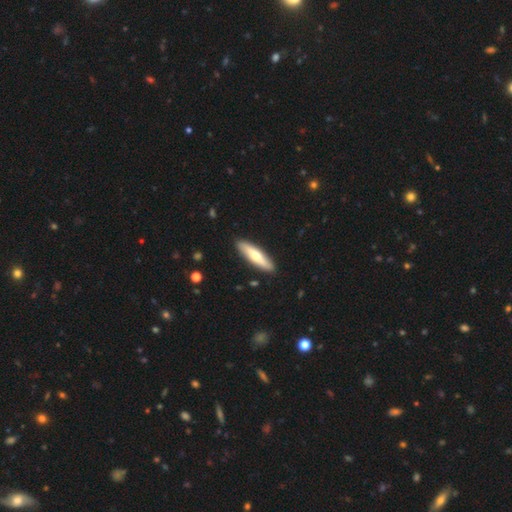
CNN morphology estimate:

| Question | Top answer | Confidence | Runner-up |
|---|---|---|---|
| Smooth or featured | smooth | 59% | featured or disk (36%) |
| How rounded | cigar-shaped | 75% | in between (23%) |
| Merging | none | 90% | minor disturbance (7%) |